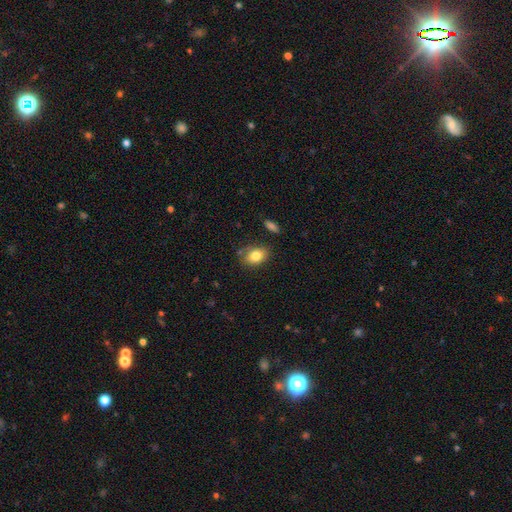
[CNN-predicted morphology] This is clearly a smooth galaxy (82%). How rounded: likely in between (79%). Merging: likely none (75%).